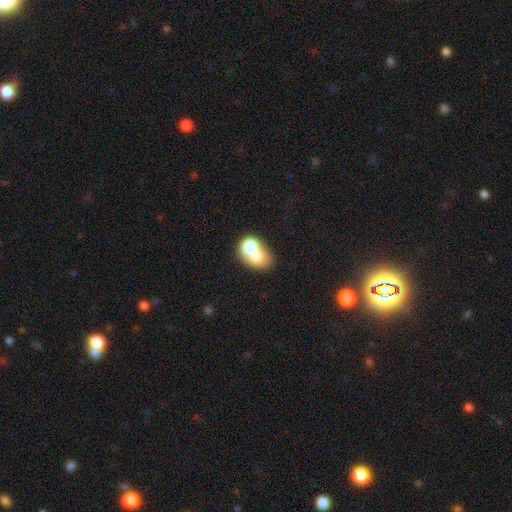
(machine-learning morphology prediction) Smooth or featured? smooth (68%)
How rounded? in between (54%)
Merging? merger (65%)